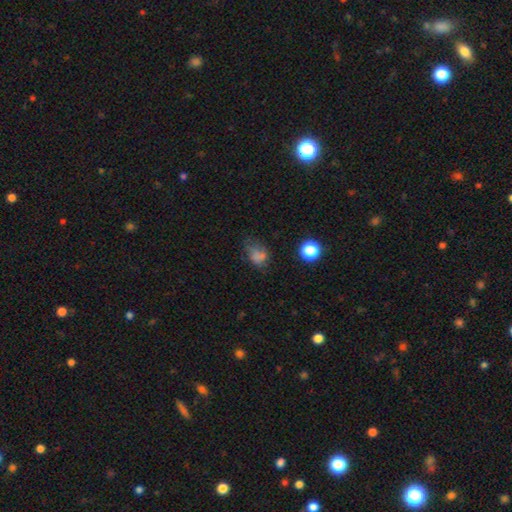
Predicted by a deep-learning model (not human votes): Smooth or featured? smooth (62%)
How rounded? in between (64%)
Merging? none (44%)